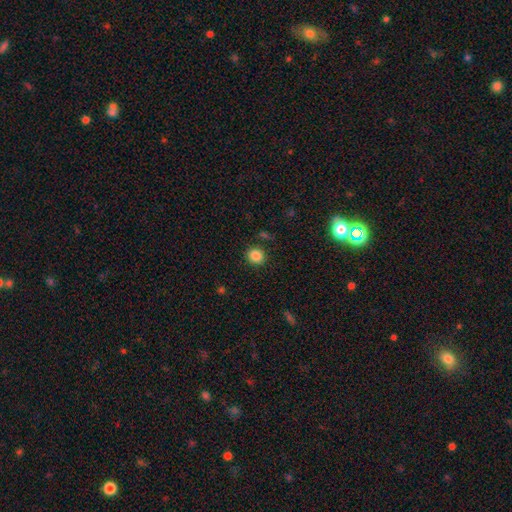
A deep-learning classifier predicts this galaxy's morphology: smooth 85%, star or artifact 11%, featured or disk 4%. Down the decision tree: how rounded — round (90%); merging — none (88%).